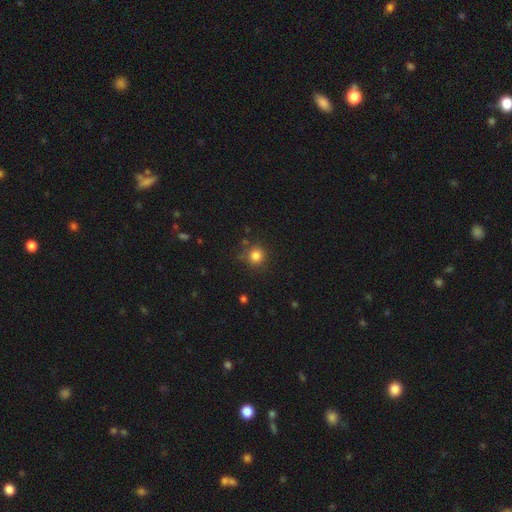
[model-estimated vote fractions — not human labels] Morphology: type=smooth (83%); roundness=round (93%); merging=none (83%).